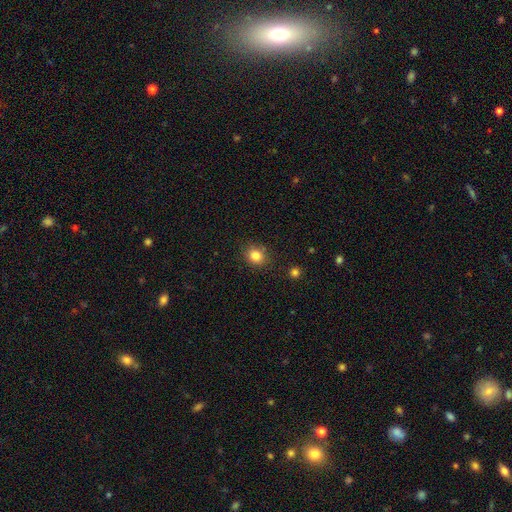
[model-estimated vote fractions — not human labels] Morphology: type=smooth (82%); roundness=round (78%); merging=none (84%).